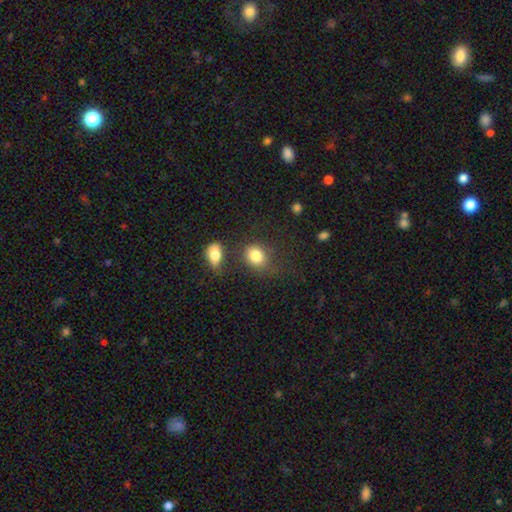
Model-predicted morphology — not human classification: A smooth galaxy with no disk features (84%) that is round (53%).

Vote fractions:
- Smooth or featured? smooth: 84% / star or artifact: 9% / featured or disk: 7%
- How rounded? round: 53% / in between: 46% / cigar-shaped: 1%
- Merging? none: 65% / minor disturbance: 15% / merger: 14% / major disturbance: 7%